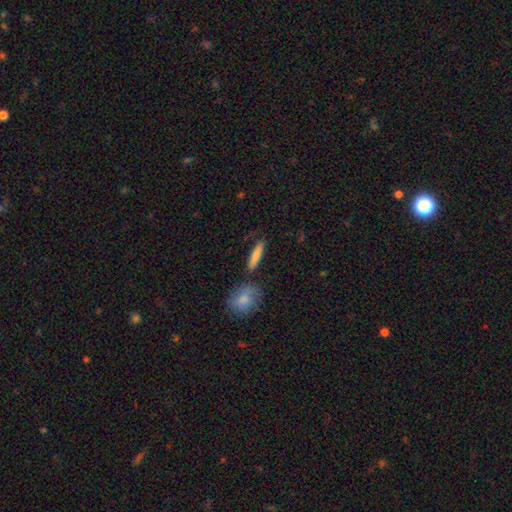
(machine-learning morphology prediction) Smooth or featured: smooth — 80% (featured or disk — 14%)
How rounded: cigar-shaped — 80% (in between — 17%)
Merging: none — 83% (minor disturbance — 10%)